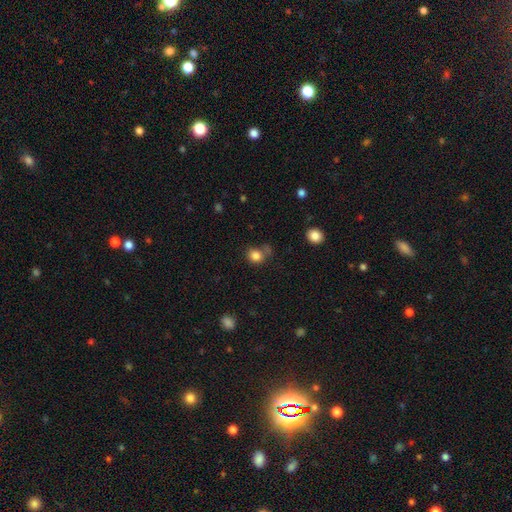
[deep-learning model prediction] A smooth galaxy with no disk features (83%) that is round (75%).

Vote fractions:
- Smooth or featured? smooth: 83% / star or artifact: 11% / featured or disk: 6%
- How rounded? round: 75% / in between: 24% / cigar-shaped: 1%
- Merging? none: 60% / minor disturbance: 20% / merger: 12% / major disturbance: 9%